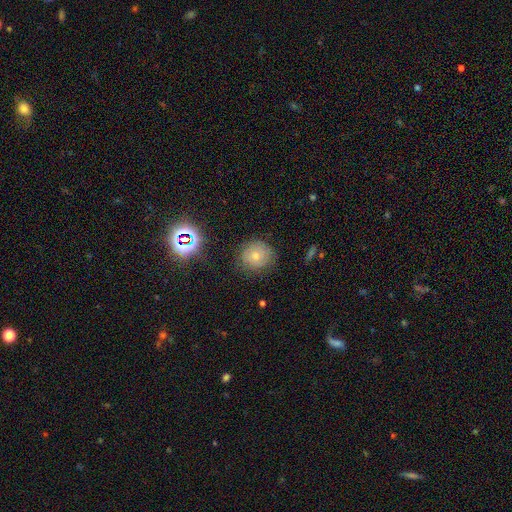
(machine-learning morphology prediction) This is possibly a smooth galaxy (57%). How rounded: clearly round (87%). Merging: likely none (78%).